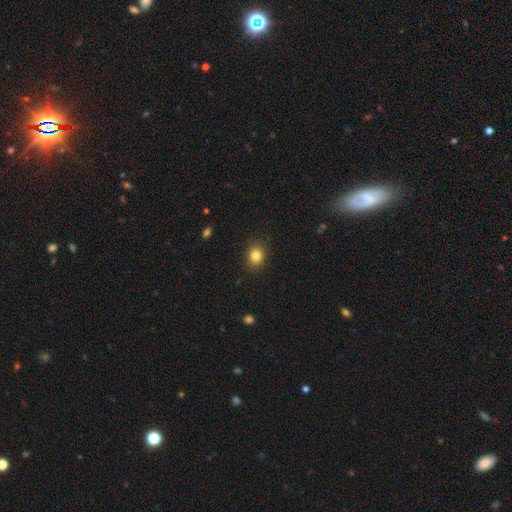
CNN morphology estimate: A smooth galaxy with no disk features (83%) that is round (63%).

Vote fractions:
- Smooth or featured? smooth: 83% / star or artifact: 11% / featured or disk: 6%
- How rounded? round: 63% / in between: 36% / cigar-shaped: 1%
- Merging? none: 89% / minor disturbance: 8% / major disturbance: 2% / merger: 1%